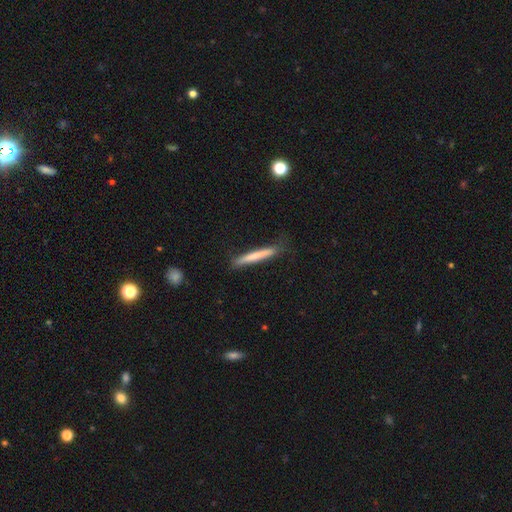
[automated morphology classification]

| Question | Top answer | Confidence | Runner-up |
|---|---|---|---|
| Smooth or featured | smooth | 68% | featured or disk (26%) |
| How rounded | cigar-shaped | 96% | in between (3%) |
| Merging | none | 80% | minor disturbance (16%) |